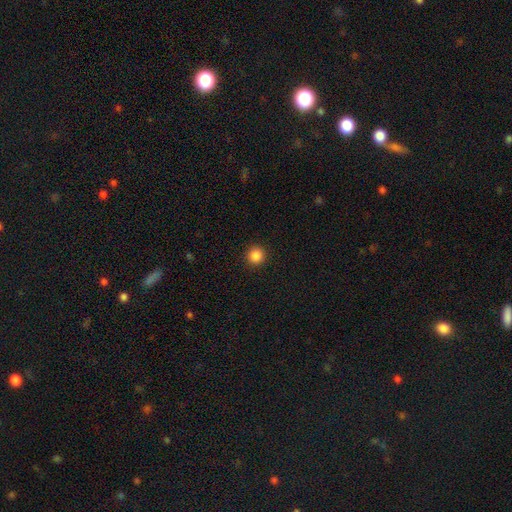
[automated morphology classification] Smooth or featured: smooth — 86% (star or artifact — 10%)
How rounded: round — 94% (in between — 5%)
Merging: none — 93% (minor disturbance — 5%)